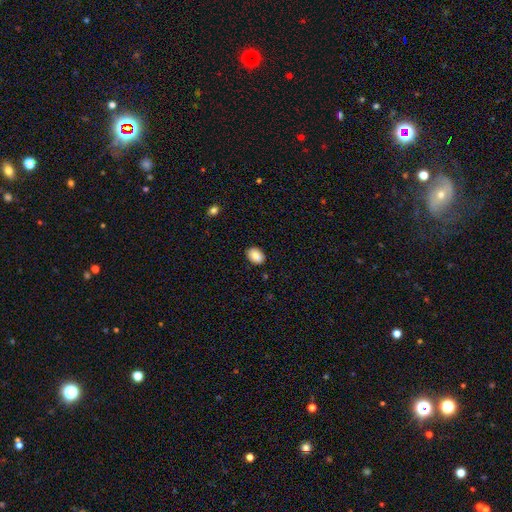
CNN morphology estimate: smooth_or_featured: smooth (p=0.87) [alt: star or artifact p=0.08]
how_rounded: in between (p=0.75) [alt: round p=0.24]
merging: none (p=0.88) [alt: minor disturbance p=0.09]